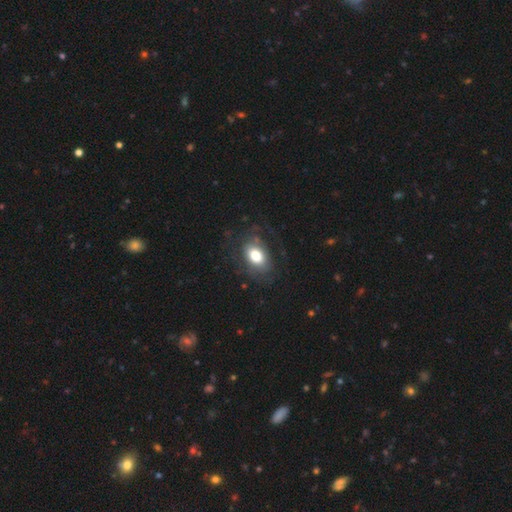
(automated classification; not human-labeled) A smooth galaxy with no disk features (61%) that is in between round and cigar-shaped (81%). Merging: none (68%).